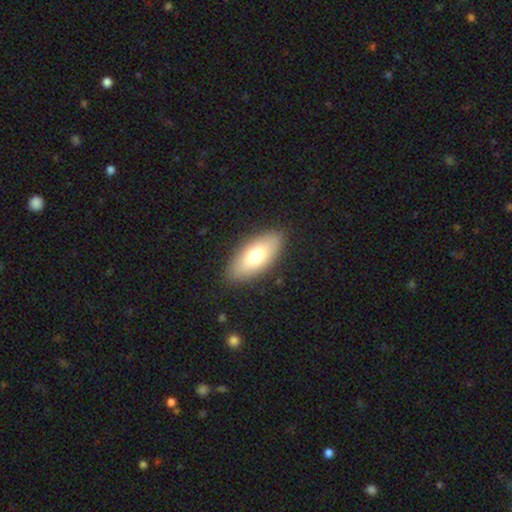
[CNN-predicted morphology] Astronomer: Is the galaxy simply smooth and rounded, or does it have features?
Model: smooth — 75%.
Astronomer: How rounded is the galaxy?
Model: in between — 85%.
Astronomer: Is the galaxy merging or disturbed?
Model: none — 88%.